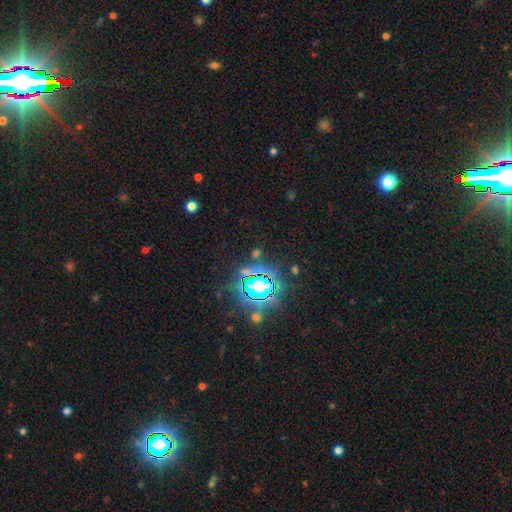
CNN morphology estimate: A star or artifact, not a galaxy (77%).

Vote fractions:
- Smooth or featured? star or artifact: 77% / smooth: 14% / featured or disk: 9%